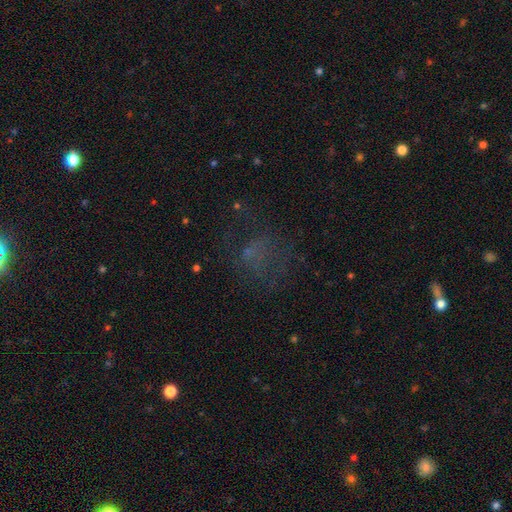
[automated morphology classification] A smooth galaxy with no disk features (39%).

Vote fractions:
- Smooth or featured? smooth: 39% / star or artifact: 35% / featured or disk: 26%
- Merging? none: 54% / major disturbance: 26% / minor disturbance: 17% / merger: 2%